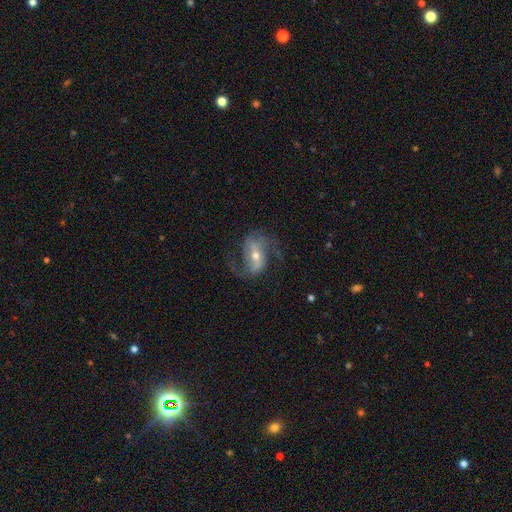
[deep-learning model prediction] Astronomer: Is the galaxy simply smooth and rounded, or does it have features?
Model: featured or disk — 84%.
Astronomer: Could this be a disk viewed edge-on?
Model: no — 96%.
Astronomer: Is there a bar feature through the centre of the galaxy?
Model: strong — 44% (runner-up: weak, 37%).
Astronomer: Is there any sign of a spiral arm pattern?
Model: yes — 94%.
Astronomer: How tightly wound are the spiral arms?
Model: loose — 47% (runner-up: medium, 42%).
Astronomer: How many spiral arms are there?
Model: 2 — 89%.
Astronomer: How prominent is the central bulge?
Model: moderate — 54% (runner-up: small, 41%).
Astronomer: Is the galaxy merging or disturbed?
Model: none — 68%.